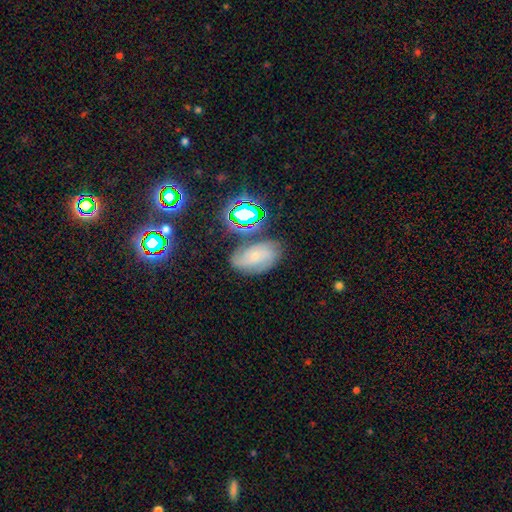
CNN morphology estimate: This is possibly a featured or disk galaxy (53%). It is clearly not viewed edge-on (95%). Bar: likely no (64%). Spiral arm pattern: clearly yes (87%). Central bulge: likely small (71%). Merging: likely none (67%).